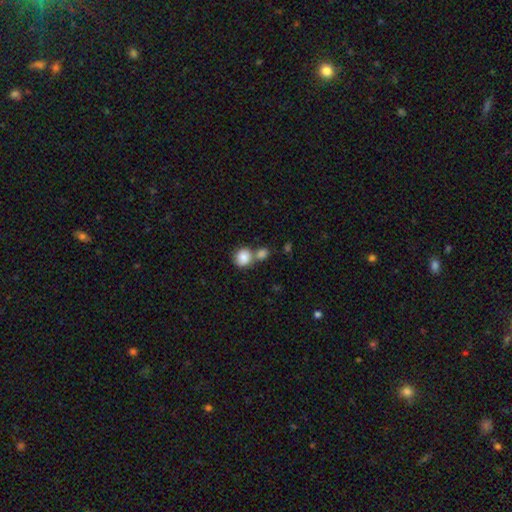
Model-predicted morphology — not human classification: A smooth galaxy with no disk features (82%) that is round (80%).

Vote fractions:
- Smooth or featured? smooth: 82% / star or artifact: 12% / featured or disk: 6%
- How rounded? round: 80% / in between: 19% / cigar-shaped: 1%
- Merging? none: 55% / merger: 33% / minor disturbance: 9% / major disturbance: 4%